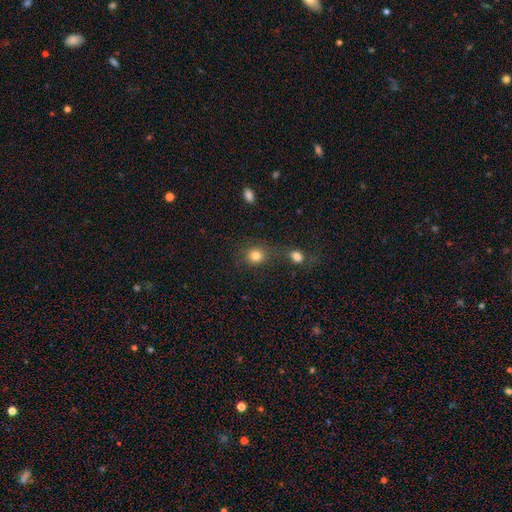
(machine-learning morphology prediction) A smooth galaxy with no disk features (81%) that is round (78%). Merging: none (61%).